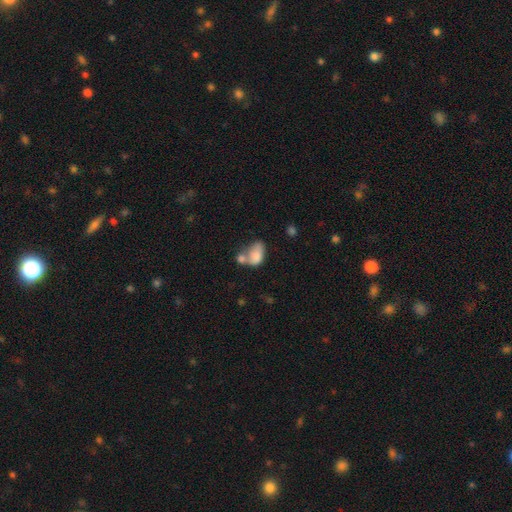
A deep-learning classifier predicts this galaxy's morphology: Smooth or featured? smooth (76%)
How rounded? in between (86%)
Merging? merger (55%)